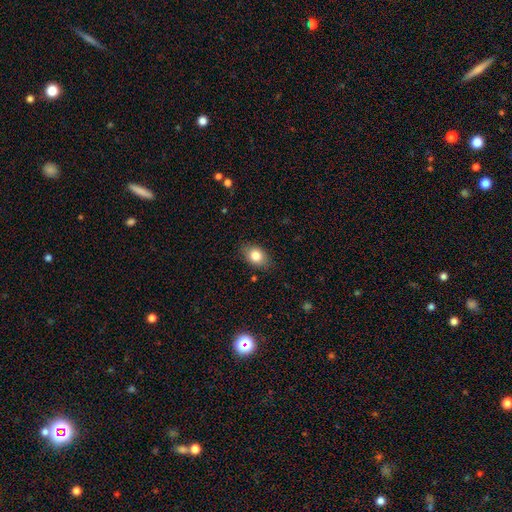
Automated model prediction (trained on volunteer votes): Smooth or featured? Predicted: smooth (p=0.81). How rounded? Predicted: in between (p=0.76). Merging? Predicted: none (p=0.83).